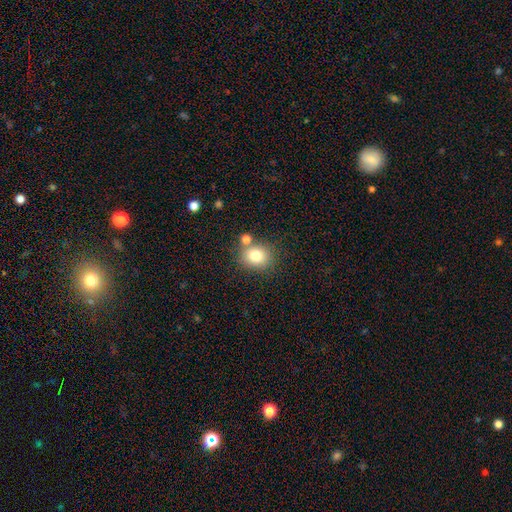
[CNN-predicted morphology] This is likely a smooth galaxy (79%). How rounded: likely round (66%). Merging: likely none (69%).